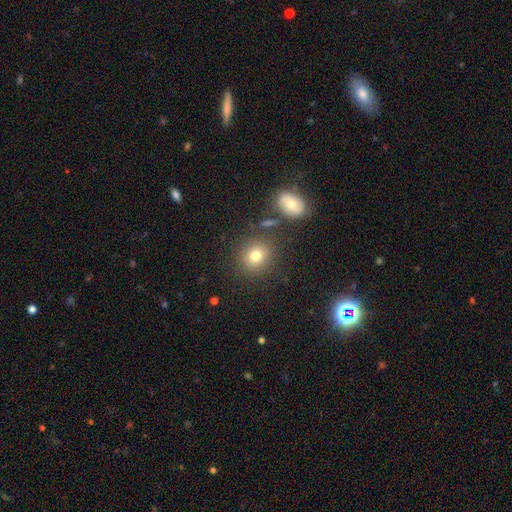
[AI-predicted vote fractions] Smooth or featured? smooth (77%)
How rounded? round (77%)
Merging? none (81%)